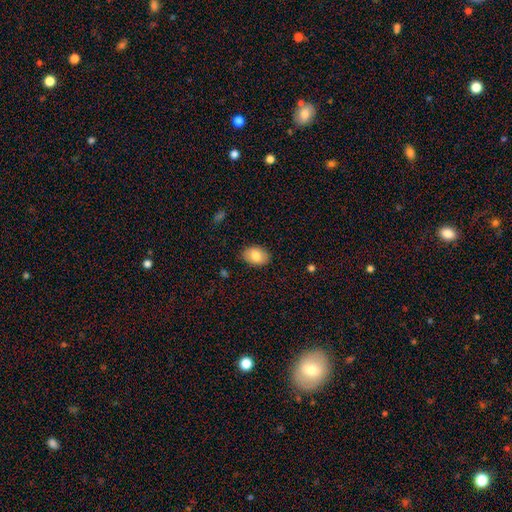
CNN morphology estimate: type=smooth (82%); roundness=in between (84%); merging=none (87%).